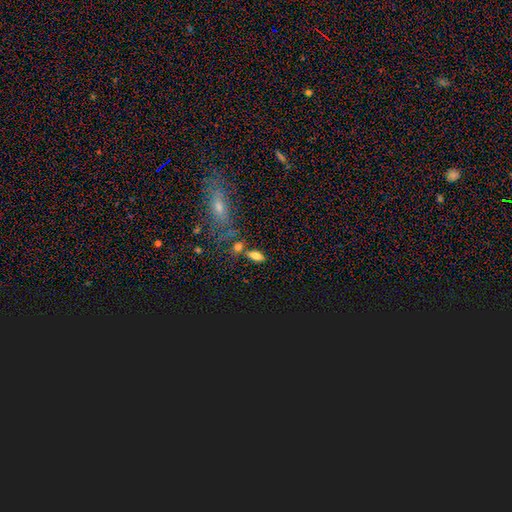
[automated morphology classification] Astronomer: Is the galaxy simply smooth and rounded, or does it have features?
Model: smooth — 77%.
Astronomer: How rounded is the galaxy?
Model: in between — 81%.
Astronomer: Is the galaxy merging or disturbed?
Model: none — 69%.